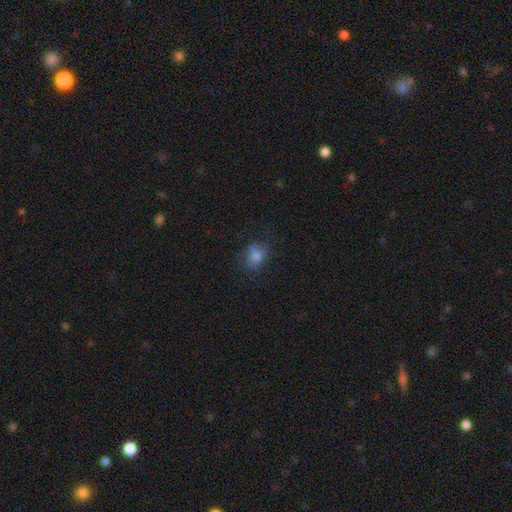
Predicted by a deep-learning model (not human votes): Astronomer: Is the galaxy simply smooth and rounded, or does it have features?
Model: smooth — 71%.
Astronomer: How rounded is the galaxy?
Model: round — 51% (runner-up: in between, 48%).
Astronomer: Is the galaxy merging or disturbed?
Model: none — 70%.